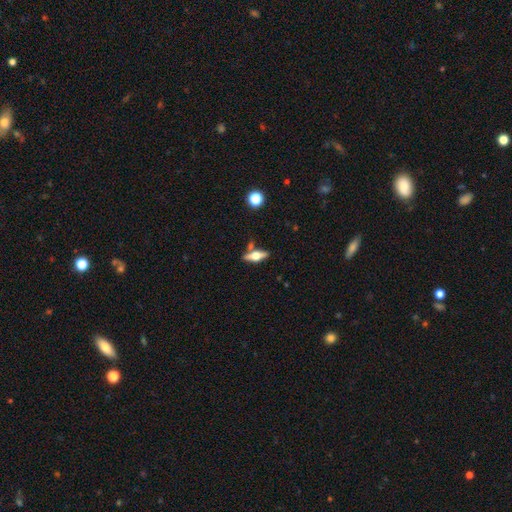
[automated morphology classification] smooth_or_featured: featured or disk (p=0.60) [alt: smooth p=0.33]
disk_edge_on: yes (p=0.94) [alt: no p=0.06]
edge_on_bulge: rounded (p=0.94) [alt: boxy p=0.04]
merging: none (p=0.75) [alt: minor disturbance p=0.12]